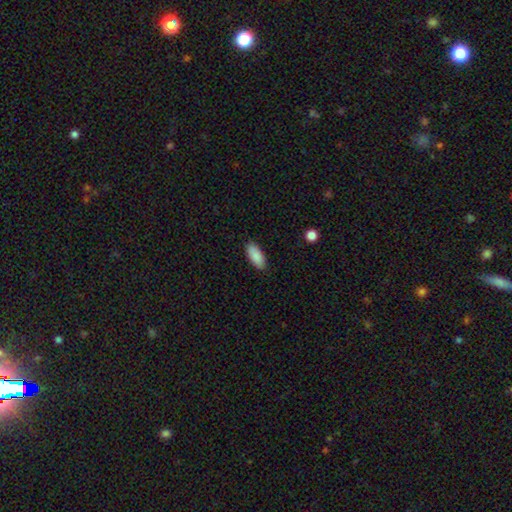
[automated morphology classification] Smooth or featured? Predicted: smooth (p=0.89). How rounded? Predicted: in between (p=0.86). Merging? Predicted: none (p=0.88).